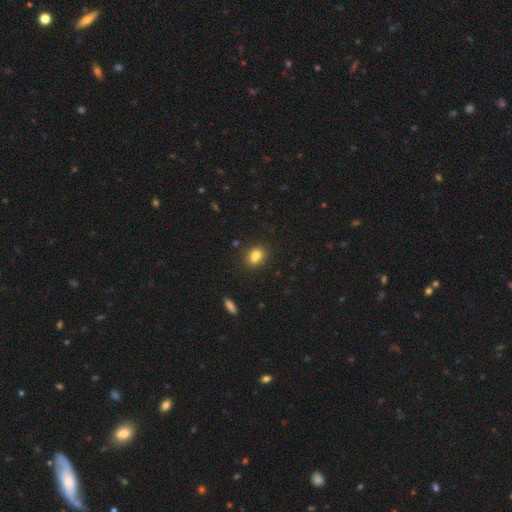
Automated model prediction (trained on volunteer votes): This is clearly a smooth galaxy (81%). How rounded: likely in between (64%). Merging: likely none (71%).